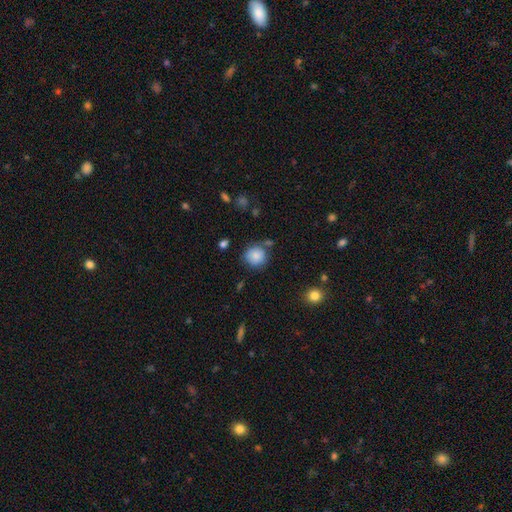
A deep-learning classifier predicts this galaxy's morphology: smooth-or-featured: smooth: 85% | star or artifact: 9% | featured or disk: 7%
  how-rounded: round: 89% | in between: 10% | cigar-shaped: 1%
  merging: none: 73% | minor disturbance: 16% | merger: 7% | major disturbance: 5%